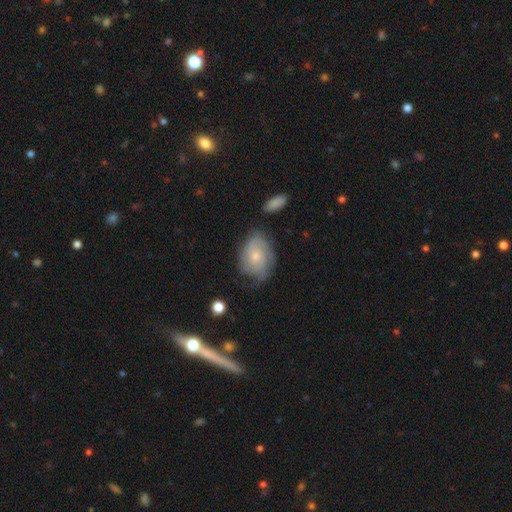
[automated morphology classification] Smooth or featured? featured or disk (59%)
Edge-on disk? no (96%)
Bar? no (78%)
Spiral arms? yes (83%)
Bulge size? small (61%)
Merging? none (57%)